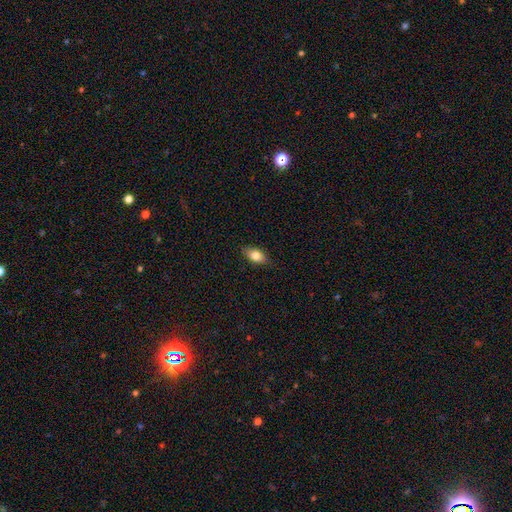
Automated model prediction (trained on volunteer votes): Morphology: type=smooth (81%); roundness=in between (87%); merging=none (84%).